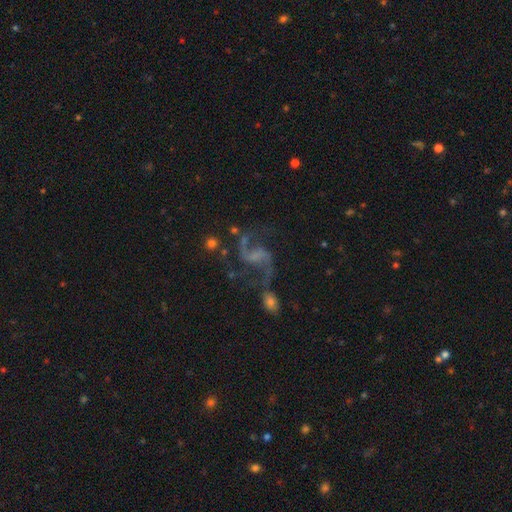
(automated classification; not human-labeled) Smooth or featured: featured or disk — 85% (star or artifact — 8%)
Edge-on disk: no — 98% (yes — 2%)
Bar: weak — 47% (no — 34%)
Spiral arms: yes — 96% (no — 4%)
Spiral winding: loose — 60% (medium — 35%)
Spiral arm count: 2 — 91% (1 — 2%)
Bulge size: none — 55% (small — 27%)
Merging: none — 55% (major disturbance — 18%)